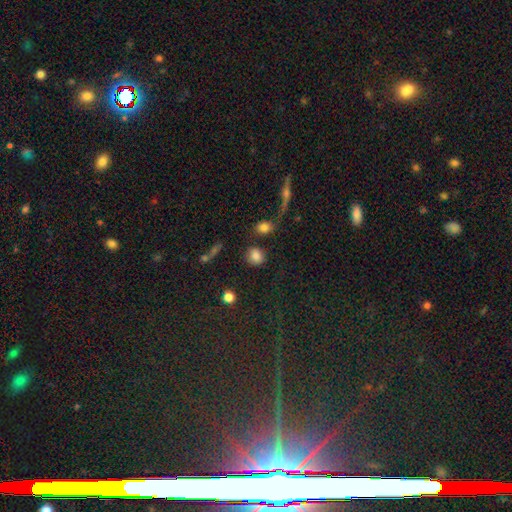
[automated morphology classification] This is clearly a smooth galaxy (83%). How rounded: likely round (75%). Merging: likely none (79%).